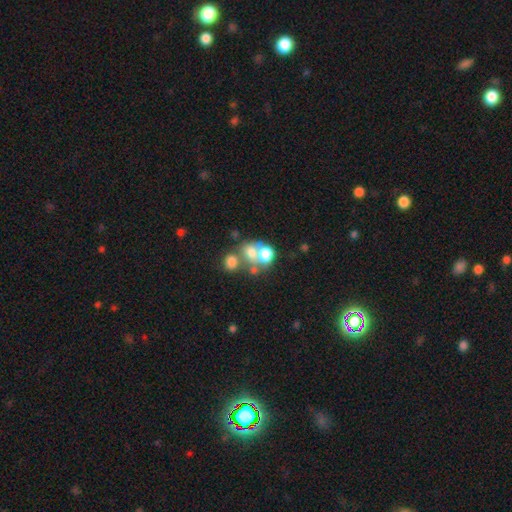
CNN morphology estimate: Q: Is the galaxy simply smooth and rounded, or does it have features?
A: smooth — 54%.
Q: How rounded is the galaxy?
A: round — 63%.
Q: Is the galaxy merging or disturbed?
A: merger — 52%.